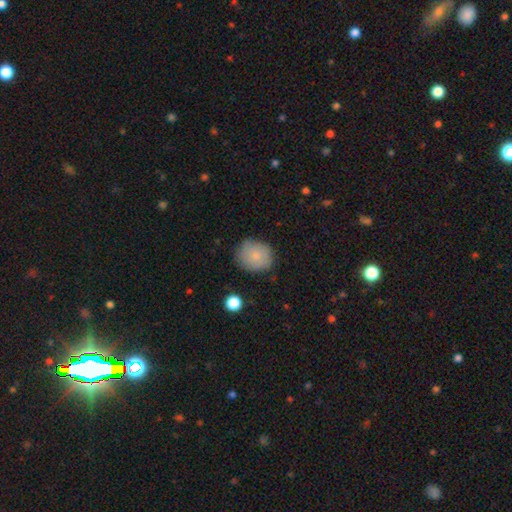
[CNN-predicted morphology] type=smooth (80%); roundness=round (80%); merging=none (78%).